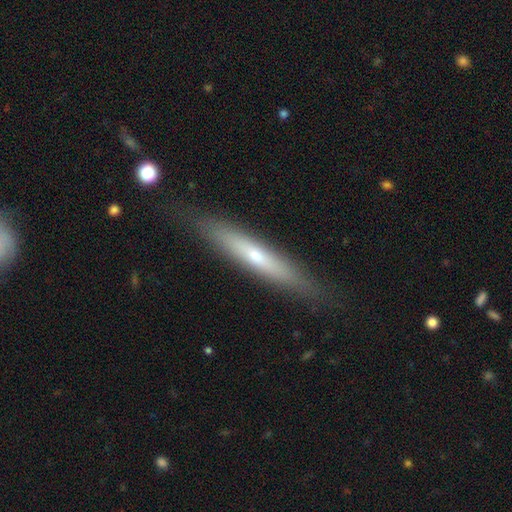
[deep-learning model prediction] This is possibly a featured or disk galaxy (47%). Merging: clearly none (86%).